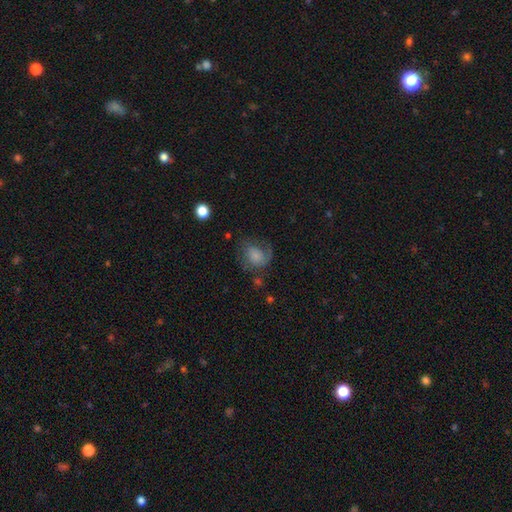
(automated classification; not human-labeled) Q: Smooth or featured?
A: featured or disk (48%); runner-up: smooth (43%)
Q: Merging?
A: none (47%); runner-up: major disturbance (27%)